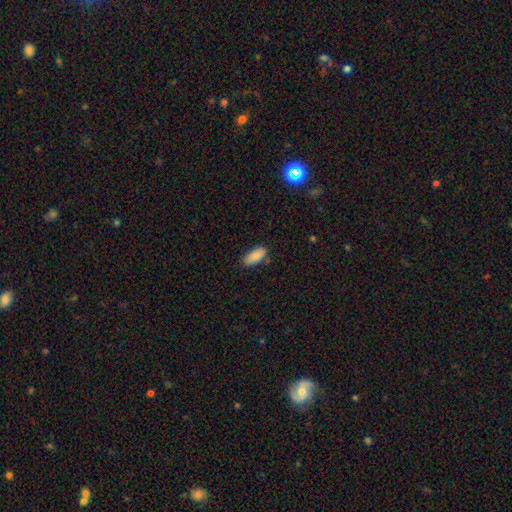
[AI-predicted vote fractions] A smooth galaxy with no disk features (87%) that is in between round and cigar-shaped (88%).

Vote fractions:
- Smooth or featured? smooth: 87% / star or artifact: 7% / featured or disk: 6%
- How rounded? in between: 88% / cigar-shaped: 10% / round: 2%
- Merging? none: 79% / minor disturbance: 16% / major disturbance: 3% / merger: 3%